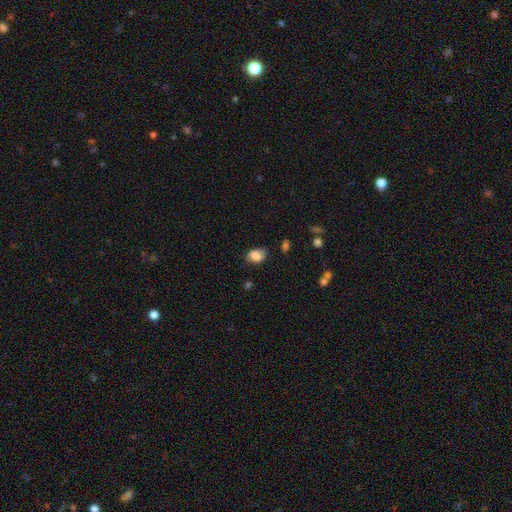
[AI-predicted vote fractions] A smooth galaxy with no disk features (81%) that is in between round and cigar-shaped (82%). Merging: none (68%).